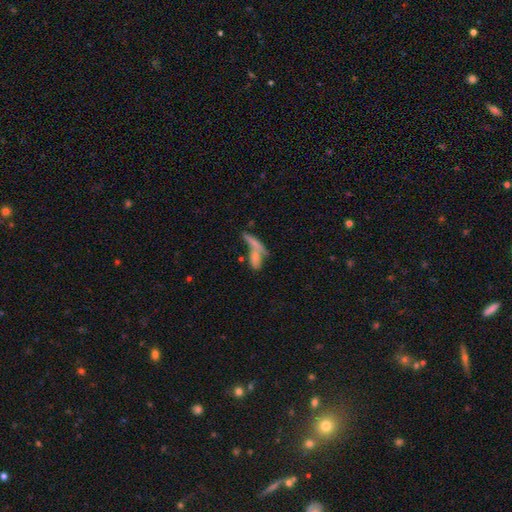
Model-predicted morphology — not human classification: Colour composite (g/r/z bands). It shows a smooth galaxy with no disk features (64%) that is in between round and cigar-shaped (48%). Merging: merger (50%).